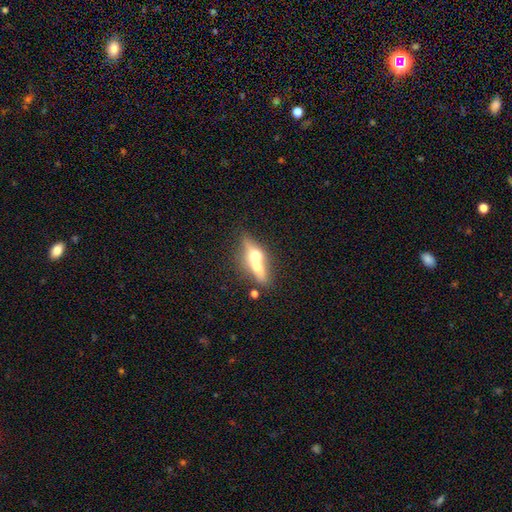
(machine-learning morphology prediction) Smooth or featured?
  - featured or disk: 48% *
  - smooth: 44%
  - star or artifact: 8%
Merging?
  - merger: 59% *
  - none: 27%
  - minor disturbance: 9%
  - major disturbance: 6%